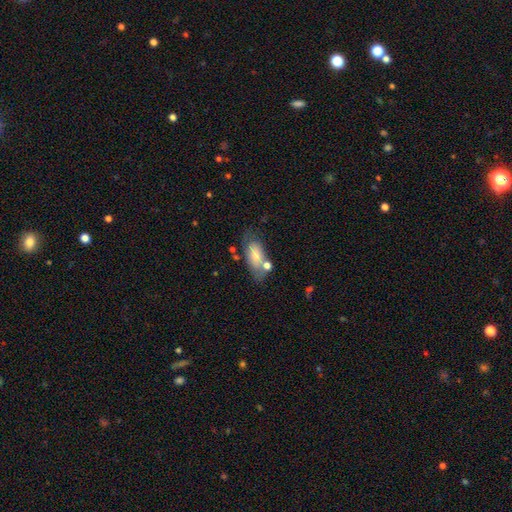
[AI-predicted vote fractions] Smooth or featured? Predicted: smooth (p=0.70). How rounded? Predicted: in between (p=0.87). Merging? Predicted: none (p=0.52).